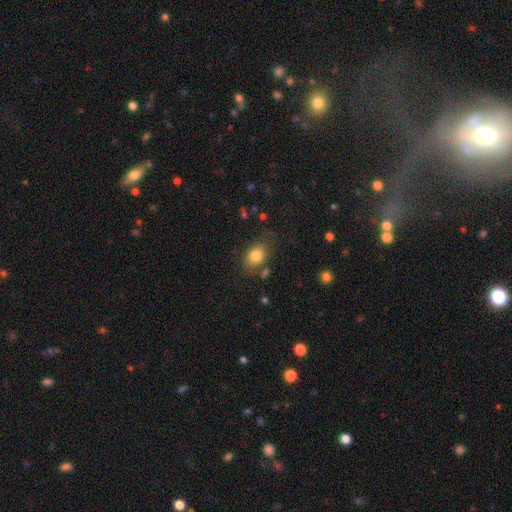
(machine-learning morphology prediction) The model was most divided on "how rounded": in between: 68%, round: 31%, cigar-shaped: 1%. More confident: smooth or featured — smooth (82%); merging — none (72%).